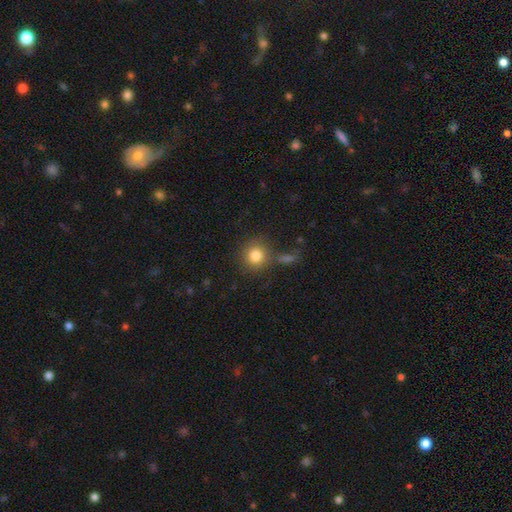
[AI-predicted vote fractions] The model was most divided on "merging": none: 73%, minor disturbance: 12%, merger: 10%, major disturbance: 5%. More confident: how rounded — round (90%); smooth or featured — smooth (83%).